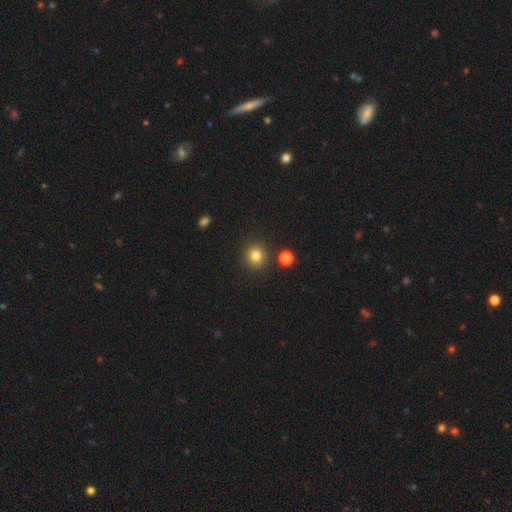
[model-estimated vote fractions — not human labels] Smooth or featured?
  - smooth: 82% *
  - star or artifact: 12%
  - featured or disk: 6%
How rounded?
  - round: 90% *
  - in between: 9%
  - cigar-shaped: 1%
Merging?
  - none: 88% *
  - minor disturbance: 6%
  - merger: 3%
  - major disturbance: 2%